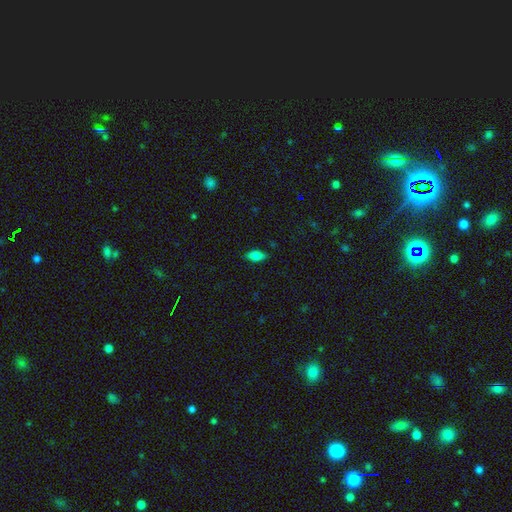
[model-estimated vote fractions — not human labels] smooth-or-featured: smooth: 77% | featured or disk: 14% | star or artifact: 9%
  how-rounded: in between: 85% | cigar-shaped: 11% | round: 4%
  merging: none: 84% | minor disturbance: 12% | major disturbance: 2% | merger: 1%